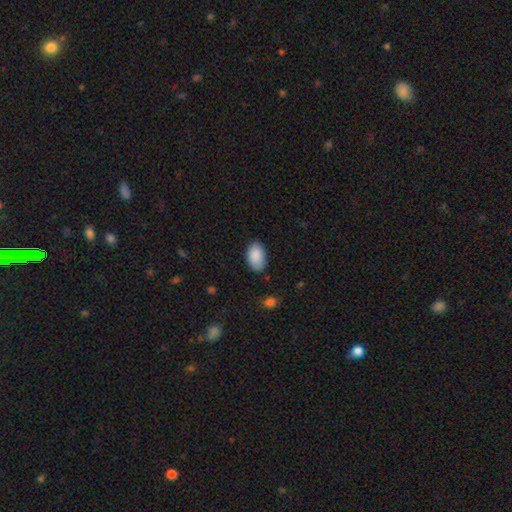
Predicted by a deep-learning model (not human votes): Smooth or featured? smooth (89%)
How rounded? in between (93%)
Merging? none (83%)